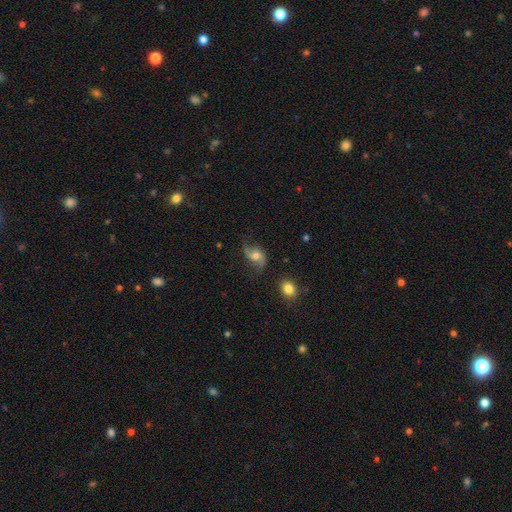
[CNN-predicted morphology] A featured or disk galaxy (68%) with no bar (66%), 2 (88%) loose (77%) spiral arms (92%) and a moderate central bulge (60%).

Vote fractions:
- Smooth or featured? featured or disk: 68% / smooth: 22% / star or artifact: 9%
- Edge-on disk? no: 96% / yes: 4%
- Bar? no: 66% / weak: 28% / strong: 7%
- Spiral arms? yes: 92% / no: 8%
- Spiral winding? loose: 77% / medium: 18% / tight: 5%
- Spiral arm count? 2: 88% / 1: 5% / can't tell: 4% / 3: 1% / 4: 1% / more than 4: 1%
- Bulge size? moderate: 60% / small: 27% / large: 8% / none: 3% / dominant: 2%
- Merging? none: 60% / minor disturbance: 23% / major disturbance: 14% / merger: 2%